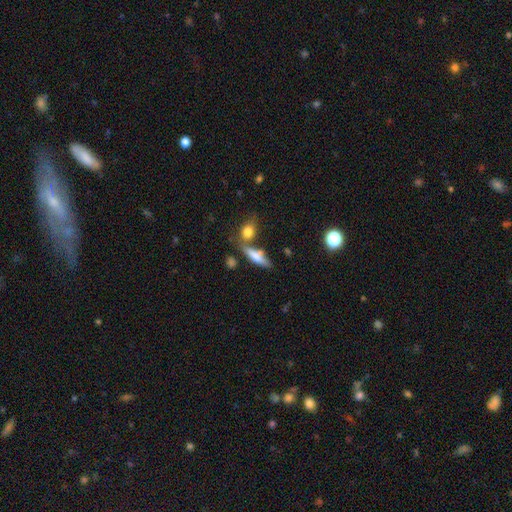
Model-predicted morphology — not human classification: Smooth or featured? Predicted: smooth (p=0.62). How rounded? Predicted: cigar-shaped (p=0.59). Merging? Predicted: none (p=0.57).